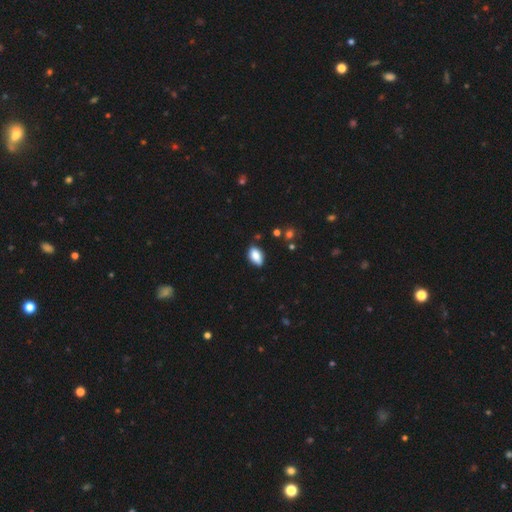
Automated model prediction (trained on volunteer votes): This is clearly a smooth galaxy (85%). How rounded: clearly in between (91%). Merging: clearly none (81%).